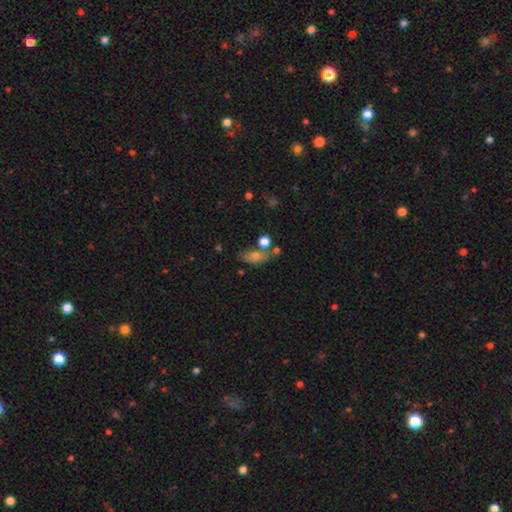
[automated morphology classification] smooth 70%, featured or disk 15%, star or artifact 14%. Down the decision tree: how rounded — in between (79%); merging — none (60%).